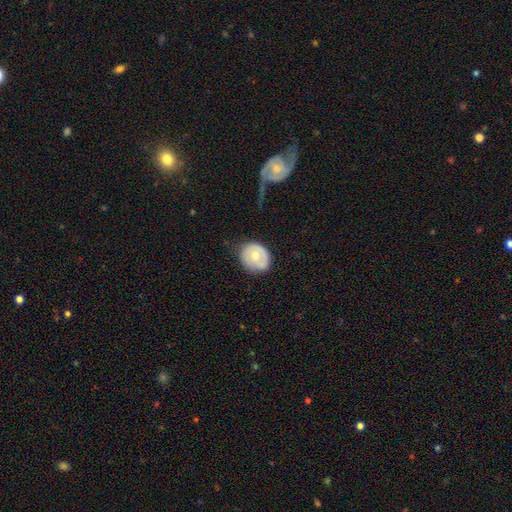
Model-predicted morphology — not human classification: The model was most divided on "smooth or featured": smooth: 58%, featured or disk: 36%, star or artifact: 7%. More confident: merging — none (68%); how rounded — round (66%).